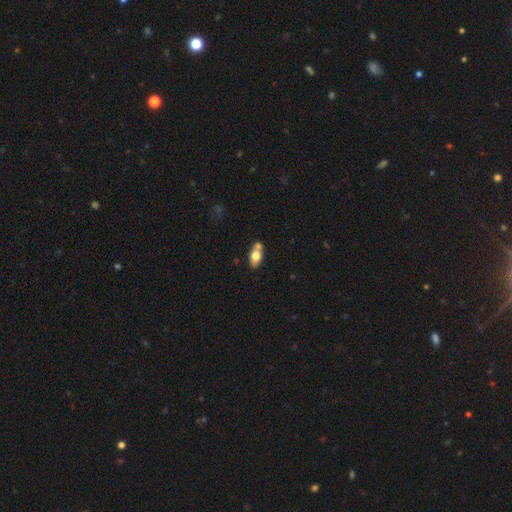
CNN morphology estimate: Smooth or featured?
  - smooth: 72% *
  - featured or disk: 21%
  - star or artifact: 7%
How rounded?
  - in between: 86% *
  - round: 9%
  - cigar-shaped: 5%
Merging?
  - none: 49% *
  - merger: 33%
  - minor disturbance: 13%
  - major disturbance: 4%